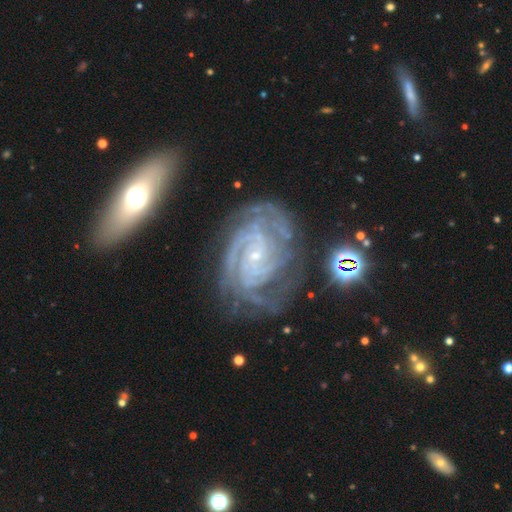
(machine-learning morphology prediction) type=featured or disk (88%); edge-on=no (96%); bar=no (46%); spiral arms=yes (98%); winding=tight (71%); arm count=2 (29%); bulge=small (78%); merging=none (73%).